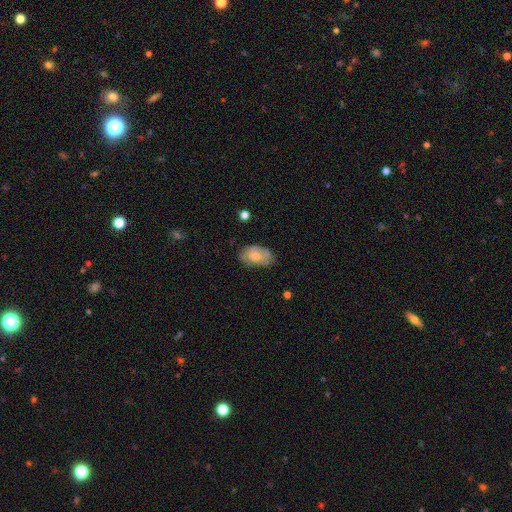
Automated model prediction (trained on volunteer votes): A smooth galaxy with no disk features (64%) that is in between round and cigar-shaped (91%).

Vote fractions:
- Smooth or featured? smooth: 64% / featured or disk: 30% / star or artifact: 7%
- How rounded? in between: 91% / round: 7% / cigar-shaped: 2%
- Merging? none: 68% / minor disturbance: 24% / major disturbance: 6% / merger: 2%